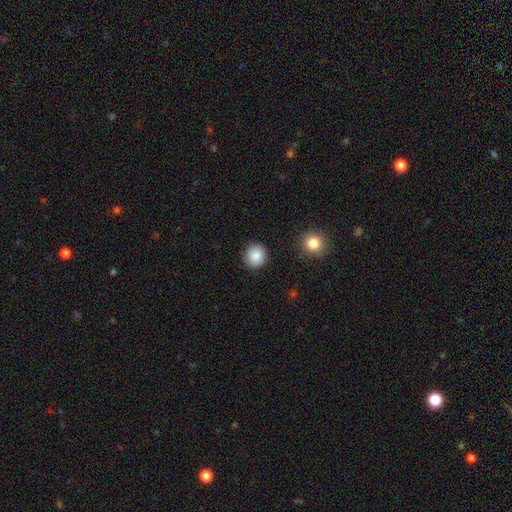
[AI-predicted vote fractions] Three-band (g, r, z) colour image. It shows a smooth galaxy with no disk features (87%) that is round (89%). Merging: none (90%).